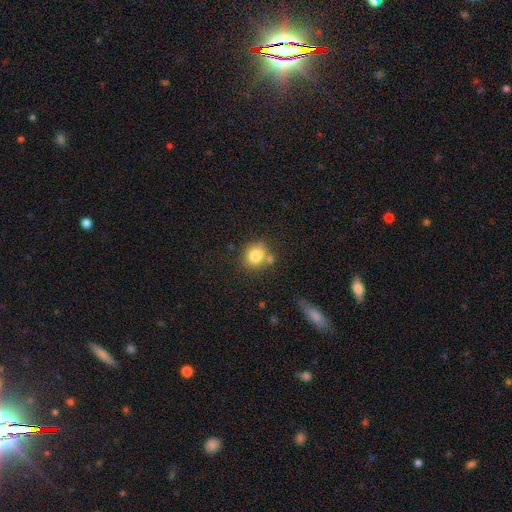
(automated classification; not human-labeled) Morphology: type=smooth (80%); roundness=round (74%); merging=none (62%).